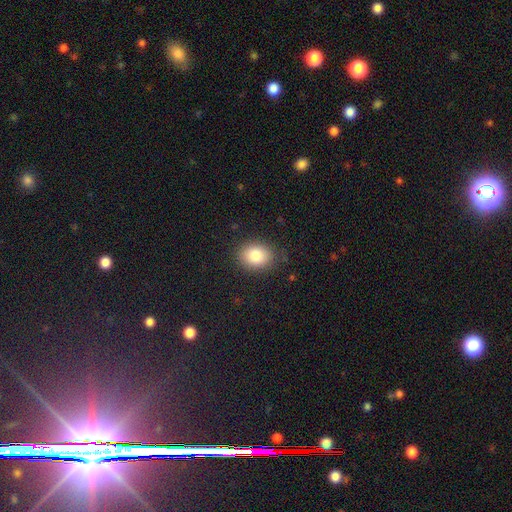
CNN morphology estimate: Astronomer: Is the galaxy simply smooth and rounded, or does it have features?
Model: smooth — 82%.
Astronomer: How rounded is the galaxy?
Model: in between — 53% (runner-up: round, 46%).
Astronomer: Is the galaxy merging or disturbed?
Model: none — 85%.